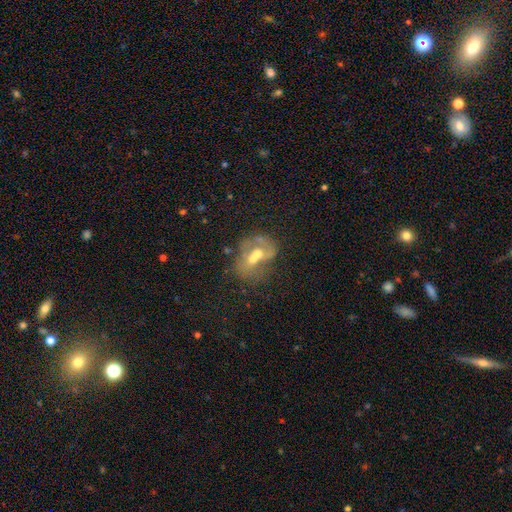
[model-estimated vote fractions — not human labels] Smooth or featured? featured or disk (56%)
Edge-on disk? no (96%)
Bar? no (69%)
Spiral arms? no (68%)
Bulge size? moderate (64%)
Merging? merger (52%)